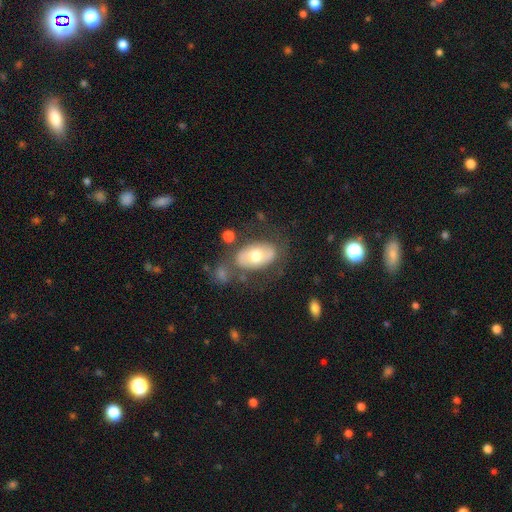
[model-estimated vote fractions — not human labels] A smooth galaxy with no disk features (54%) that is in between round and cigar-shaped (91%). Merging: none (63%).